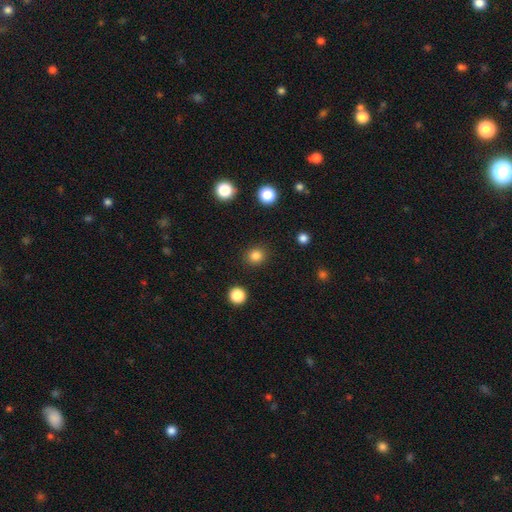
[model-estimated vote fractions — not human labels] Morphology: type=smooth (83%); roundness=round (85%); merging=none (90%).